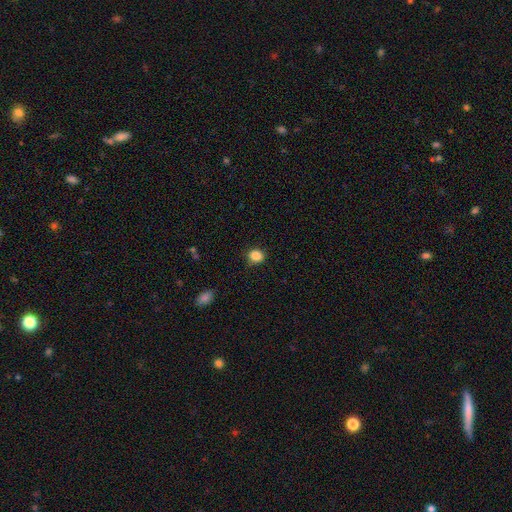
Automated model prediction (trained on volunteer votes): smooth_or_featured: smooth (p=0.86) [alt: star or artifact p=0.10]
how_rounded: round (p=0.70) [alt: in between p=0.28]
merging: none (p=0.81) [alt: minor disturbance p=0.15]